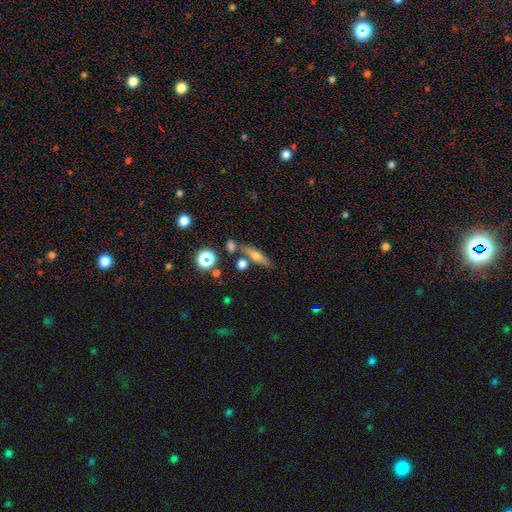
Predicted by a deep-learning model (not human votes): Smooth or featured?
  - smooth: 47% *
  - featured or disk: 41%
  - star or artifact: 12%
Merging?
  - none: 71% *
  - merger: 13%
  - minor disturbance: 12%
  - major disturbance: 4%